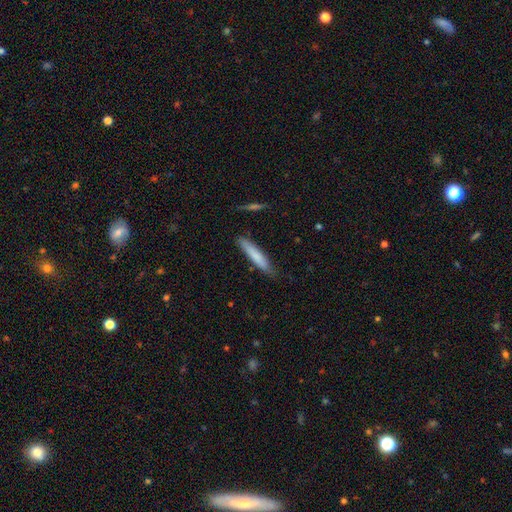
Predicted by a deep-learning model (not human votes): A smooth galaxy with no disk features (77%) that is cigar-shaped (90%).

Vote fractions:
- Smooth or featured? smooth: 77% / featured or disk: 18% / star or artifact: 6%
- How rounded? cigar-shaped: 90% / in between: 9% / round: 1%
- Merging? none: 78% / minor disturbance: 17% / major disturbance: 3% / merger: 2%